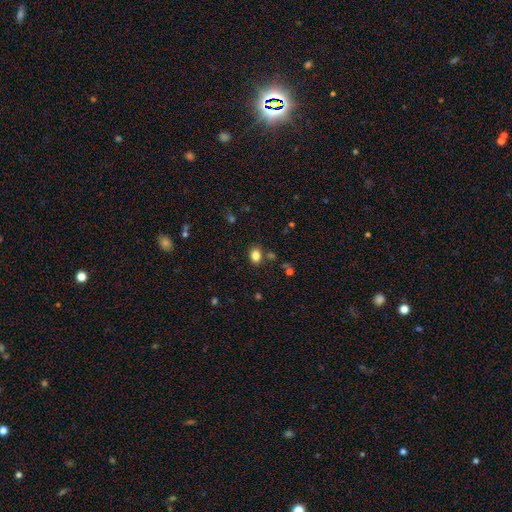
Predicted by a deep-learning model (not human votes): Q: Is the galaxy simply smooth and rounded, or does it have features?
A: smooth — 83%.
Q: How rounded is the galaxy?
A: in between — 66%.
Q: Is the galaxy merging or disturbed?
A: none — 81%.